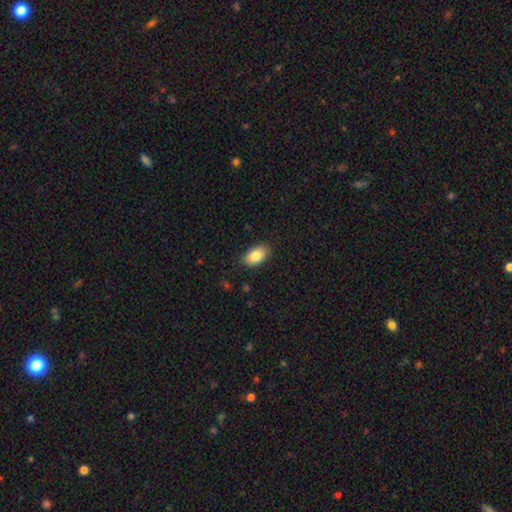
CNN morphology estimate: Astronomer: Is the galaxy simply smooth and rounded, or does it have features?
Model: smooth — 84%.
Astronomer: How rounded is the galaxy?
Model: in between — 93%.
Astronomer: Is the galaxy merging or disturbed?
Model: none — 87%.